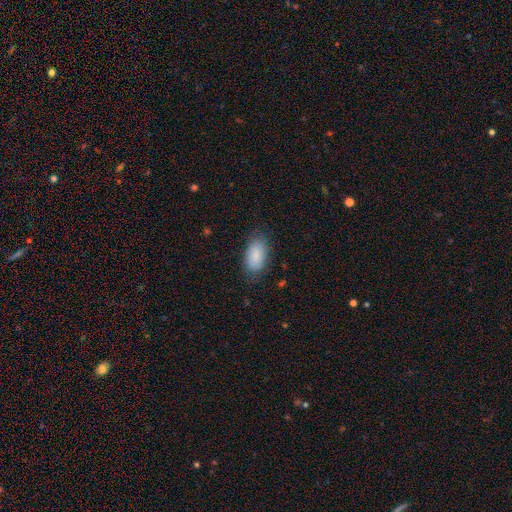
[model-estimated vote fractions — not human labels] The model was most divided on "merging": none: 78%, minor disturbance: 17%, major disturbance: 5%, merger: 1%. More confident: how rounded — in between (94%); smooth or featured — smooth (86%).